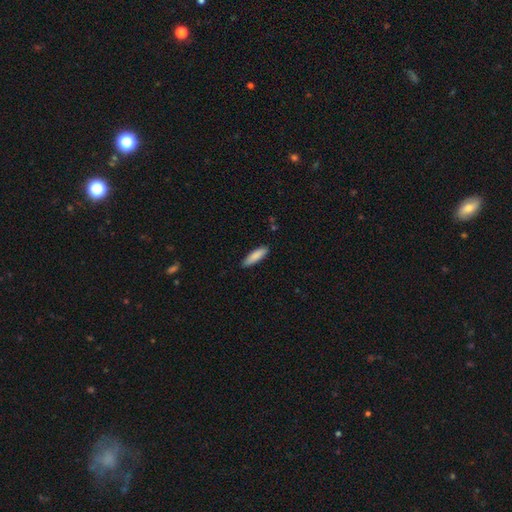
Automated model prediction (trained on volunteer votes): Overall: smooth (87%). How rounded: cigar-shaped (63%; in between 35%). Merging: none (87%).